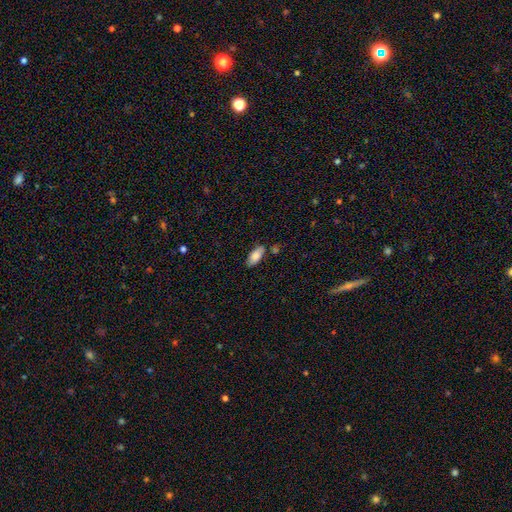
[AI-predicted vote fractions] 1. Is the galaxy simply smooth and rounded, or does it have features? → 82% smooth, 11% featured or disk, 6% star or artifact.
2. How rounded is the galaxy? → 83% in between, 15% cigar-shaped, 2% round.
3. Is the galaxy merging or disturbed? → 76% none, 14% minor disturbance, 6% merger, 3% major disturbance.